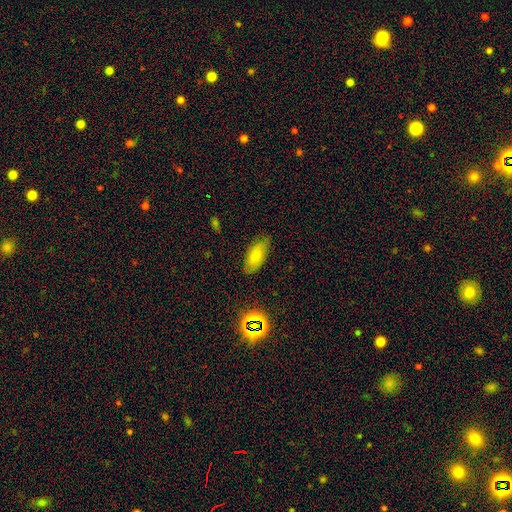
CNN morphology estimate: smooth 77%, featured or disk 14%, star or artifact 9%. Down the decision tree: how rounded — in between (88%); merging — none (79%).